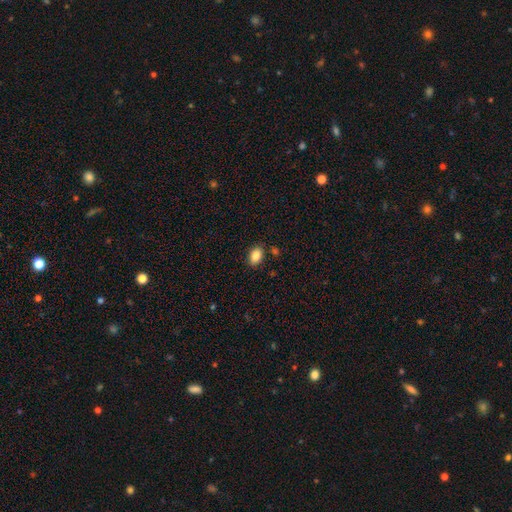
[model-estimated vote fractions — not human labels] A smooth galaxy with no disk features (87%) that is in between round and cigar-shaped (87%). Merging: none (84%).